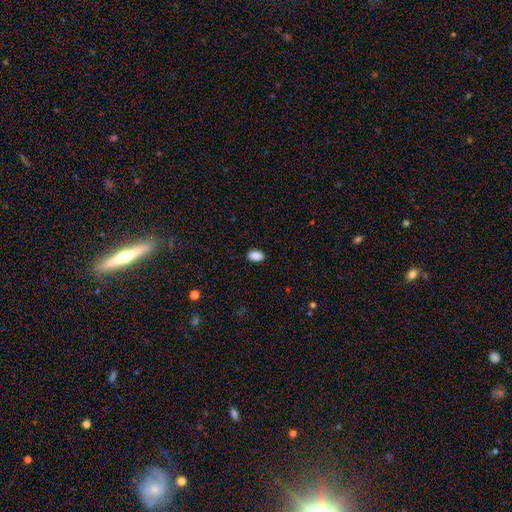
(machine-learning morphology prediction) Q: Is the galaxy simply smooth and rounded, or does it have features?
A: smooth — 89%.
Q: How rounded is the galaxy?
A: in between — 90%.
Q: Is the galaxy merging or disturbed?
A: none — 88%.